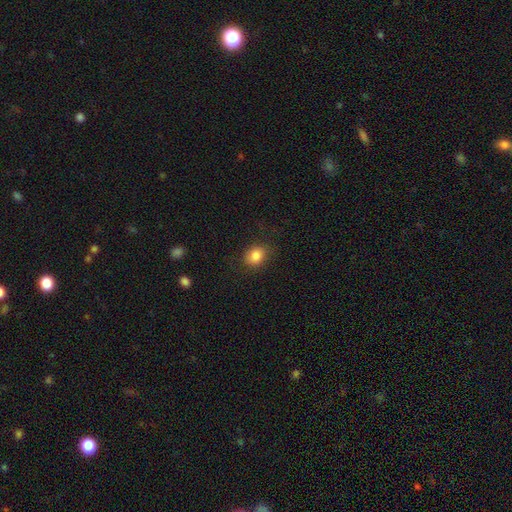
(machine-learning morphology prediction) This appears to be a smooth galaxy with no disk features (84%) that is round (54%). Merging: none (83%).